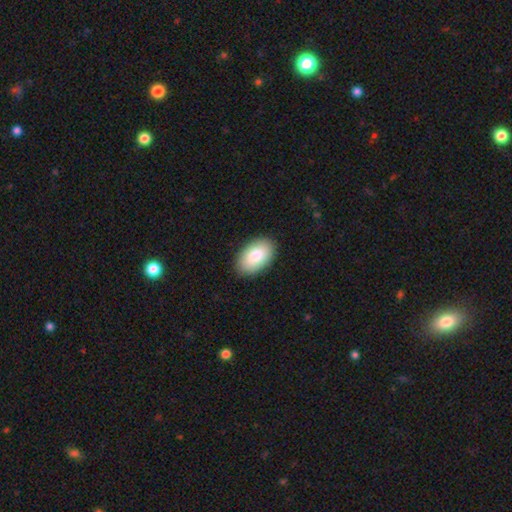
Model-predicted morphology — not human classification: Smooth or featured? smooth (85%)
How rounded? in between (94%)
Merging? none (89%)